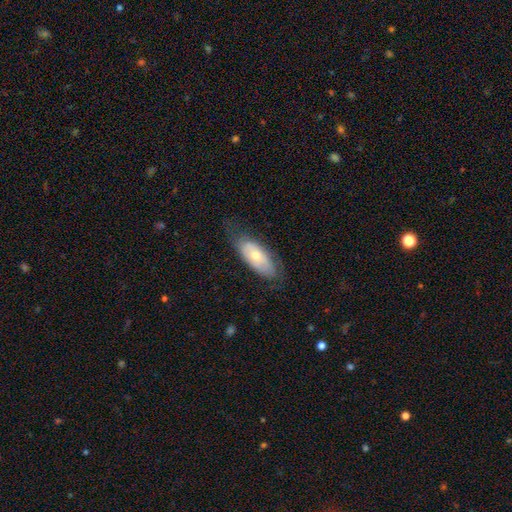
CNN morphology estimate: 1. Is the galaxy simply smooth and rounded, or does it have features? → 51% smooth, 43% featured or disk, 6% star or artifact.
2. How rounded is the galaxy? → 85% in between, 12% cigar-shaped, 3% round.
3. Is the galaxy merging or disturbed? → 62% none, 26% minor disturbance, 11% major disturbance, 1% merger.